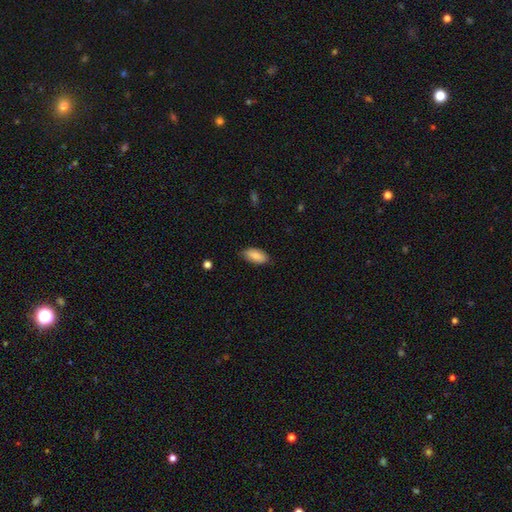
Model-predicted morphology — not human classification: Overall: smooth (87%). How rounded: in between (90%). Merging: none (81%).